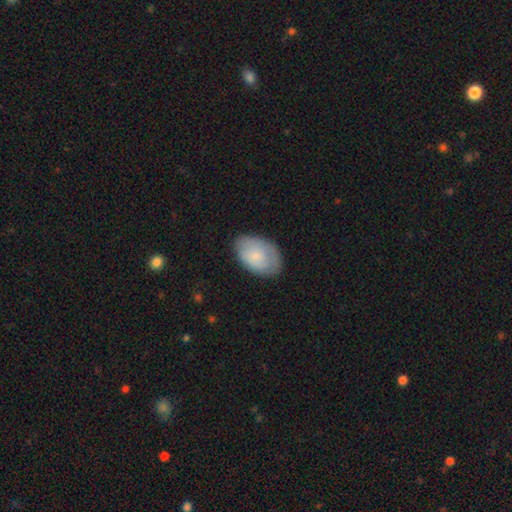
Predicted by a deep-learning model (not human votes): A smooth galaxy with no disk features (74%) that is in between round and cigar-shaped (89%). Merging: none (74%).